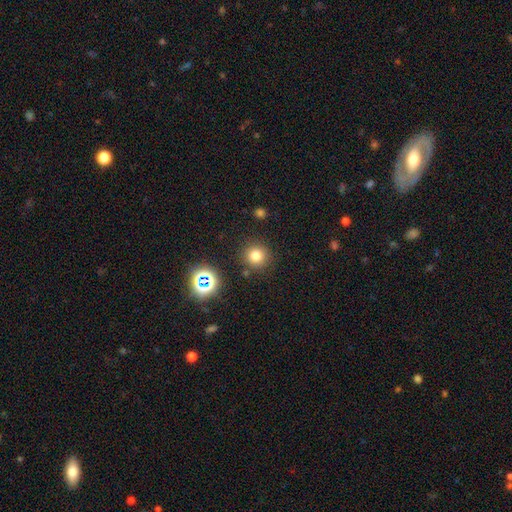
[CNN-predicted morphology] Overall: smooth (75%). How rounded: round (94%). Merging: none (86%).